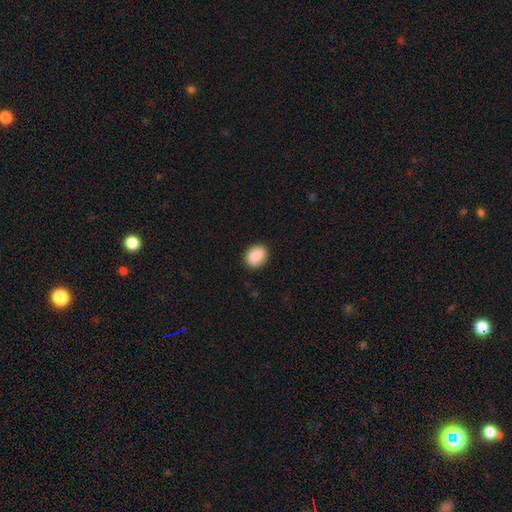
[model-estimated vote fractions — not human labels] smooth-or-featured: smooth: 87% | star or artifact: 7% | featured or disk: 6%
  how-rounded: in between: 54% | round: 45% | cigar-shaped: 1%
  merging: none: 87% | minor disturbance: 10% | major disturbance: 2% | merger: 1%